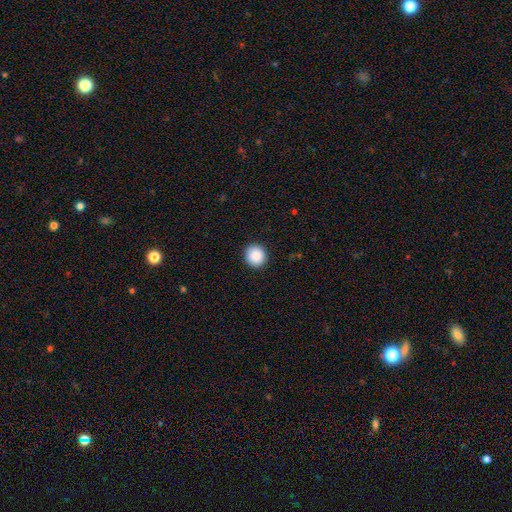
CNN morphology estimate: A smooth galaxy with no disk features (89%) that is round (92%). Merging: none (92%).